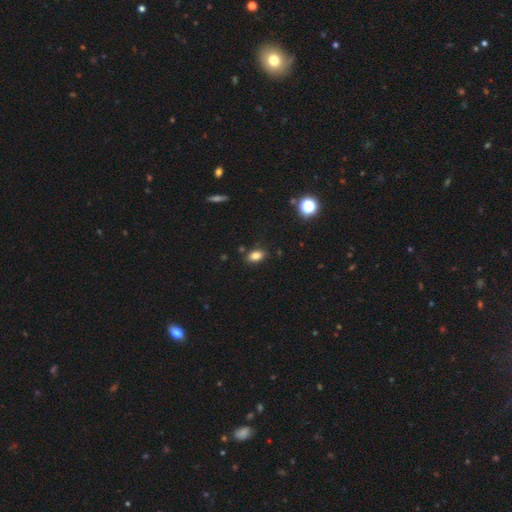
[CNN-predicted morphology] The model was most divided on "smooth or featured": smooth: 82%, star or artifact: 11%, featured or disk: 7%. More confident: how rounded — in between (86%); merging — none (84%).